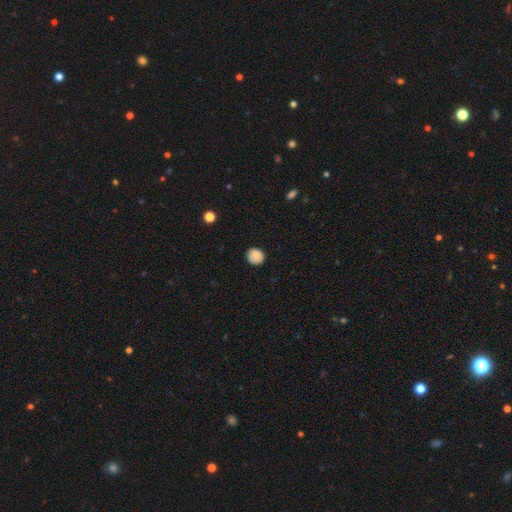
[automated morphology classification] smooth-or-featured: smooth: 83% | star or artifact: 9% | featured or disk: 8%
  how-rounded: round: 83% | in between: 16% | cigar-shaped: 1%
  merging: none: 81% | minor disturbance: 15% | major disturbance: 3% | merger: 1%